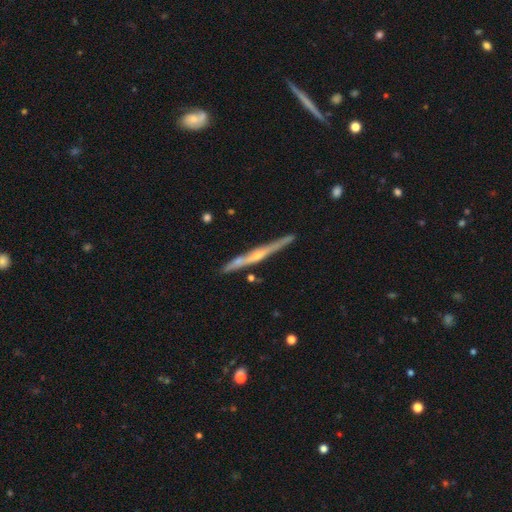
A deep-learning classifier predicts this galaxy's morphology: smooth-or-featured: featured or disk: 78% | smooth: 17% | star or artifact: 5%
  disk-edge-on: yes: 98% | no: 2%
    edge-on-bulge: rounded: 71% | none: 23% | boxy: 6%
  merging: none: 87% | minor disturbance: 9% | merger: 2% | major disturbance: 2%